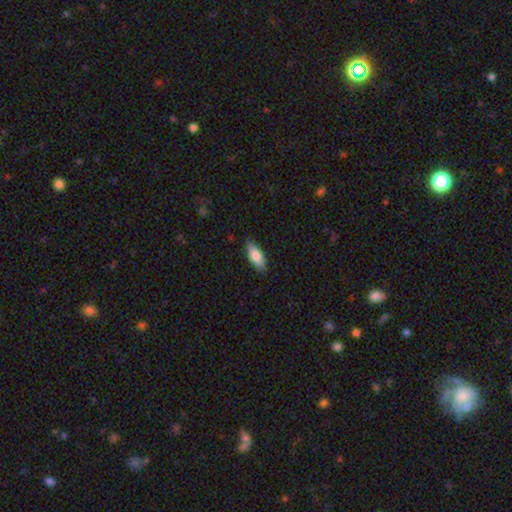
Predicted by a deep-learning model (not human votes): Smooth or featured?
  - smooth: 82% *
  - featured or disk: 12%
  - star or artifact: 6%
How rounded?
  - in between: 80% *
  - cigar-shaped: 17%
  - round: 2%
Merging?
  - none: 83% *
  - minor disturbance: 14%
  - major disturbance: 2%
  - merger: 1%